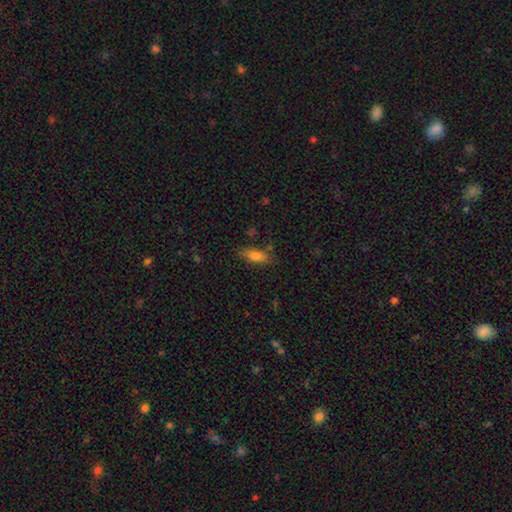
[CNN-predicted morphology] Smooth or featured?
  - smooth: 76% *
  - featured or disk: 15%
  - star or artifact: 9%
How rounded?
  - in between: 68% *
  - cigar-shaped: 29%
  - round: 3%
Merging?
  - none: 75% *
  - minor disturbance: 17%
  - major disturbance: 4%
  - merger: 4%